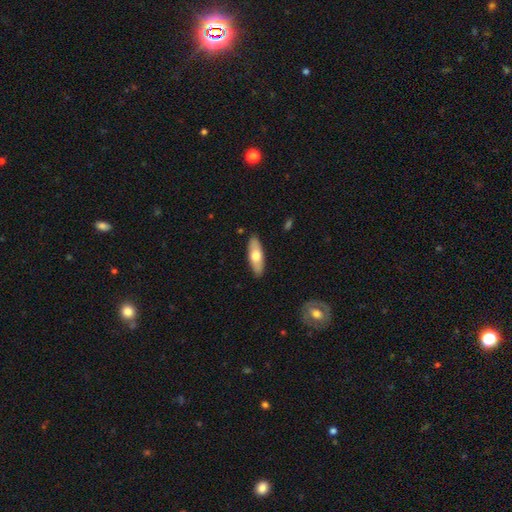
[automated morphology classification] Overall: smooth (62%; featured or disk 33%). How rounded: in between (62%; cigar-shaped 36%). Merging: none (89%).